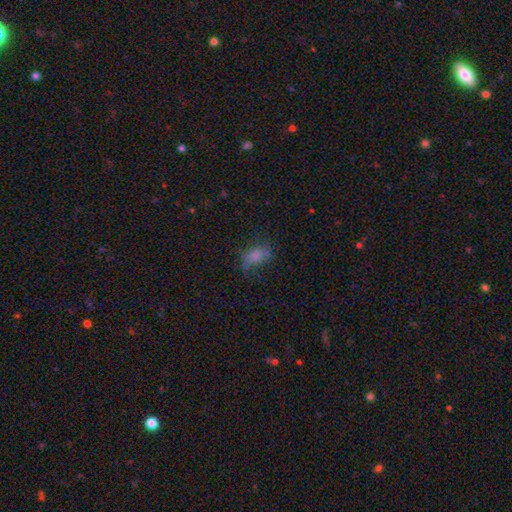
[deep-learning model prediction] This appears to be a smooth galaxy with no disk features (65%) that is in between round and cigar-shaped (84%). Merging: none (51%).